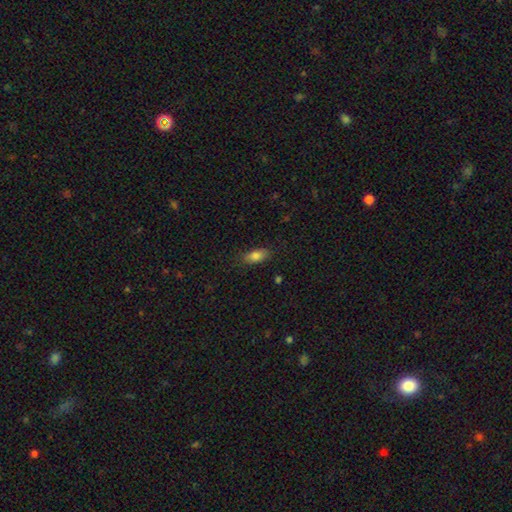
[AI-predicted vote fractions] Smooth or featured? smooth (82%)
How rounded? in between (86%)
Merging? none (81%)